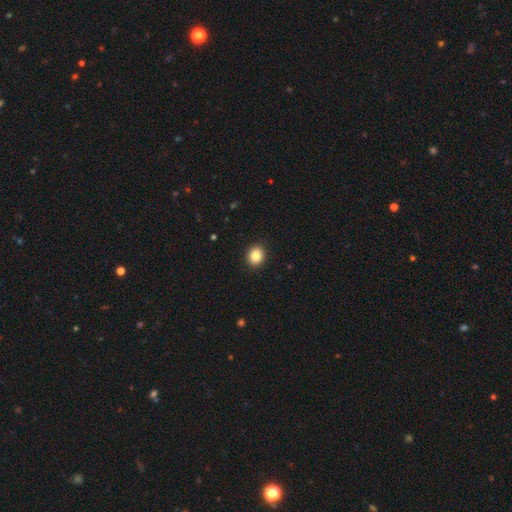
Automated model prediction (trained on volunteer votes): Smooth or featured? Predicted: smooth (p=0.86). How rounded? Predicted: round (p=0.69). Merging? Predicted: none (p=0.92).